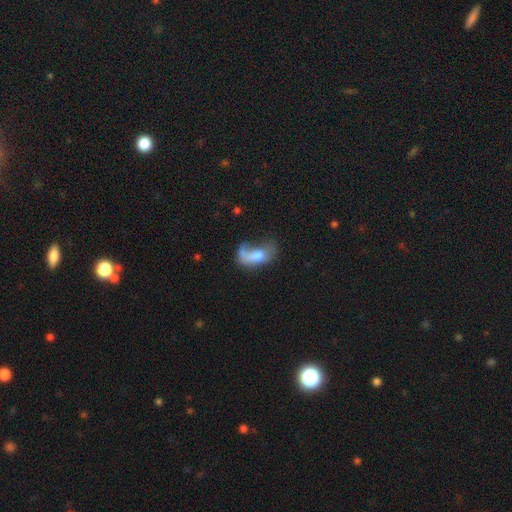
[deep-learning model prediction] smooth_or_featured: smooth (p=0.53) [alt: featured or disk p=0.38]
how_rounded: in between (p=0.82) [alt: round p=0.12]
merging: major disturbance (p=0.53) [alt: none p=0.20]